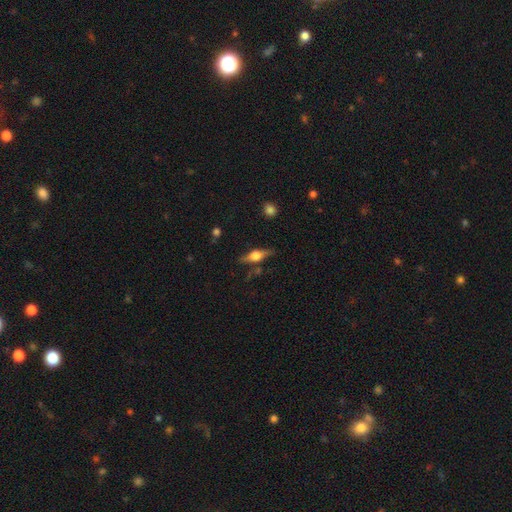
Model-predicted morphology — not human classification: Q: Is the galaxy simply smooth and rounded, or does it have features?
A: featured or disk — 67%.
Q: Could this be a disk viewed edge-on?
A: yes — 95%.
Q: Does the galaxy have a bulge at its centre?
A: rounded — 91%.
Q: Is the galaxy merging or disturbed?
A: none — 80%.